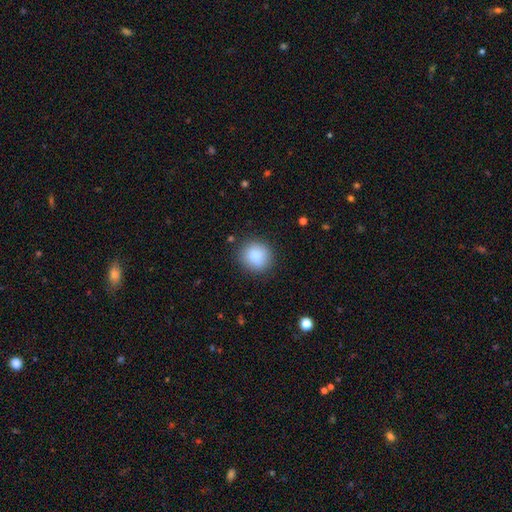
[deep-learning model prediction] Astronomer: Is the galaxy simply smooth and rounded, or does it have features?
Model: smooth — 87%.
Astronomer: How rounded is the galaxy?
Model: round — 86%.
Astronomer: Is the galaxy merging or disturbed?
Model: none — 85%.